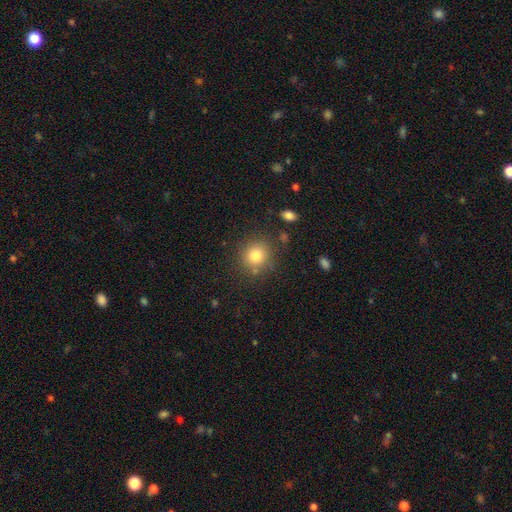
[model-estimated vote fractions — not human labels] The model was most divided on "smooth or featured": smooth: 80%, star or artifact: 12%, featured or disk: 8%. More confident: how rounded — round (89%); merging — none (81%).